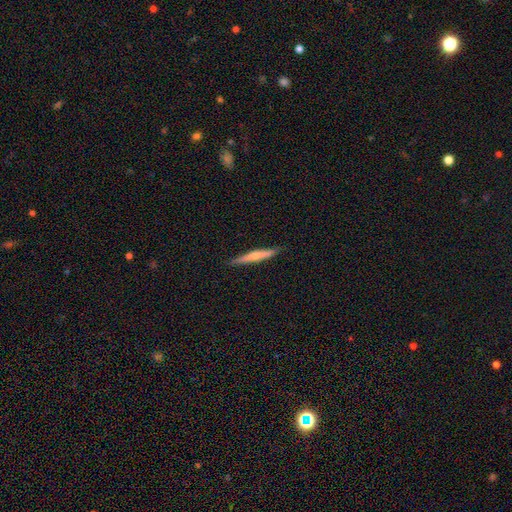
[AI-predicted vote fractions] Smooth or featured? Predicted: smooth (p=0.49). Merging? Predicted: none (p=0.88).